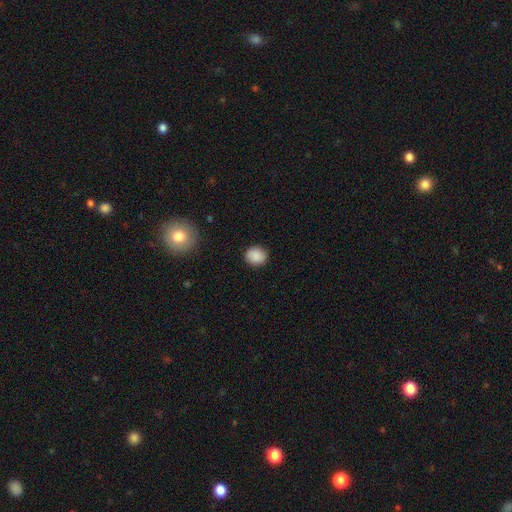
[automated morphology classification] A smooth galaxy with no disk features (88%) that is round (80%).

Vote fractions:
- Smooth or featured? smooth: 88% / star or artifact: 8% / featured or disk: 4%
- How rounded? round: 80% / in between: 19% / cigar-shaped: 1%
- Merging? none: 88% / minor disturbance: 9% / major disturbance: 2% / merger: 1%